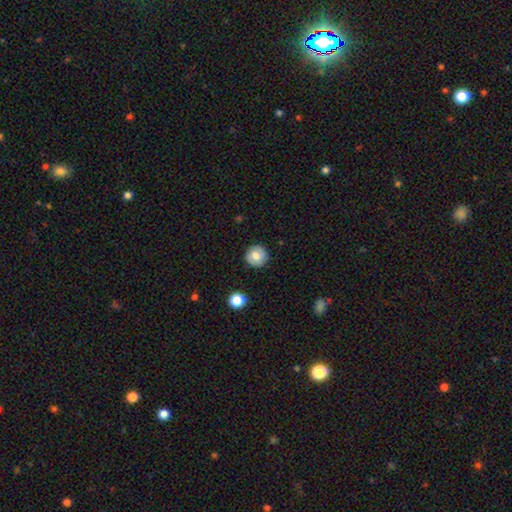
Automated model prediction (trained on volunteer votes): smooth 75%, featured or disk 16%, star or artifact 9%. Down the decision tree: how rounded — round (94%); merging — none (89%).